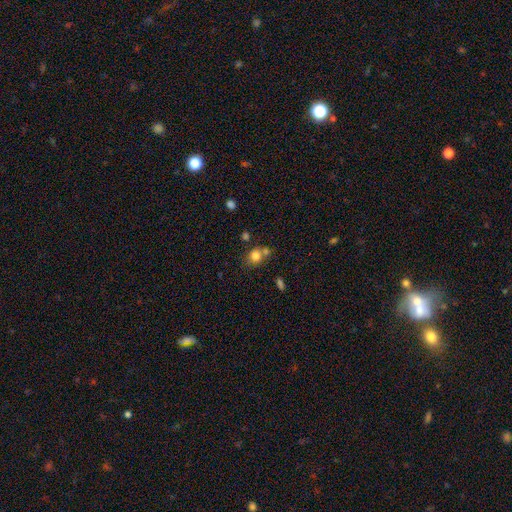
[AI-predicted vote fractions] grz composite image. It shows a smooth galaxy with no disk features (80%) that is round (75%). Merging: none (53%).